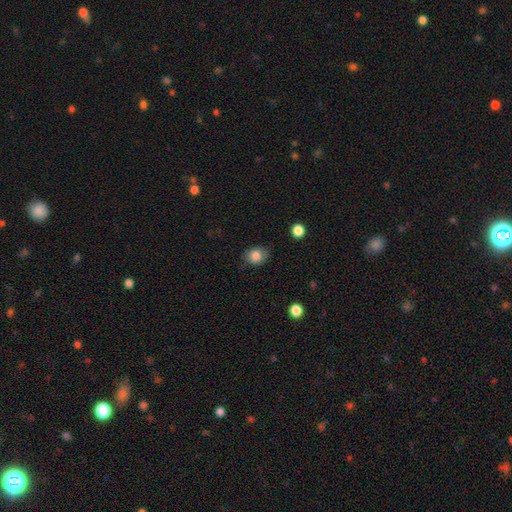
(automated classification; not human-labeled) Q: Smooth or featured?
A: smooth (84%); runner-up: star or artifact (9%)
Q: How rounded?
A: round (55%); runner-up: in between (44%)
Q: Merging?
A: none (78%); runner-up: minor disturbance (17%)